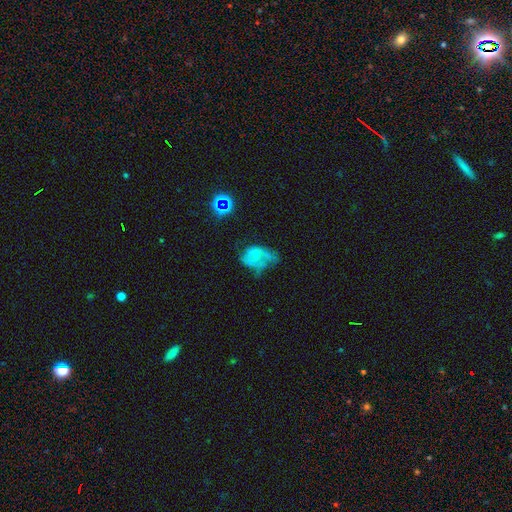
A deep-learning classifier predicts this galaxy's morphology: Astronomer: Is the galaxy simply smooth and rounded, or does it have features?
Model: smooth — 42%, tied with featured or disk at 42%.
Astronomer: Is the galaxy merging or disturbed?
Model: major disturbance — 44% (runner-up: minor disturbance, 27%).